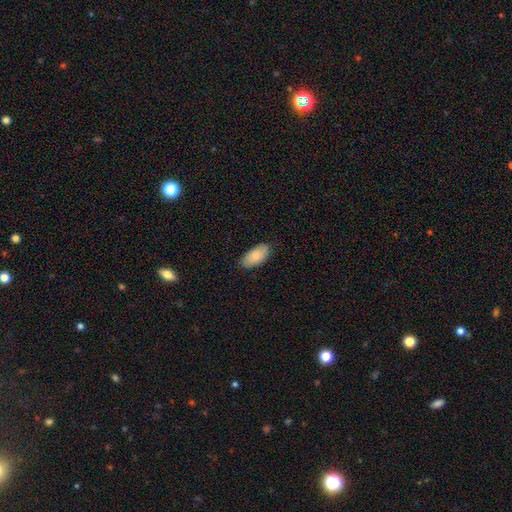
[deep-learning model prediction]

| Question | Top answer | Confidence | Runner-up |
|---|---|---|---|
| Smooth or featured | smooth | 85% | featured or disk (9%) |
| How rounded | in between | 92% | cigar-shaped (6%) |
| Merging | none | 84% | minor disturbance (13%) |